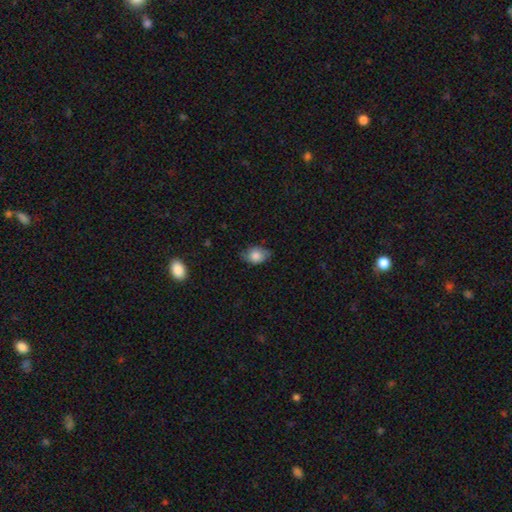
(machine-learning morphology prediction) Smooth or featured?
  - smooth: 77% *
  - featured or disk: 15%
  - star or artifact: 8%
How rounded?
  - in between: 72% *
  - round: 26%
  - cigar-shaped: 1%
Merging?
  - none: 65% *
  - minor disturbance: 28%
  - major disturbance: 6%
  - merger: 1%